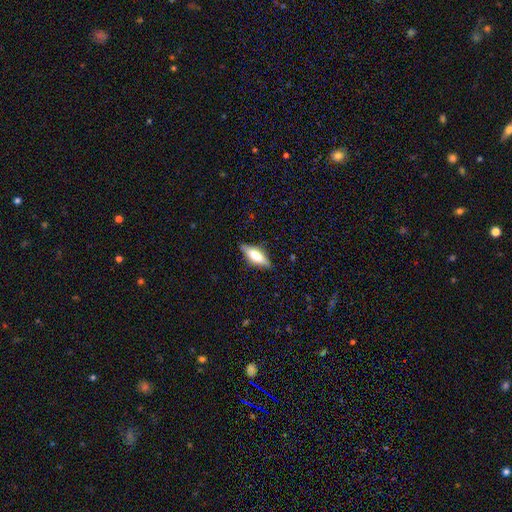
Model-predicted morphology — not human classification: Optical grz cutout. It shows a smooth galaxy with no disk features (58%) that is in between round and cigar-shaped (59%). Merging: none (83%).